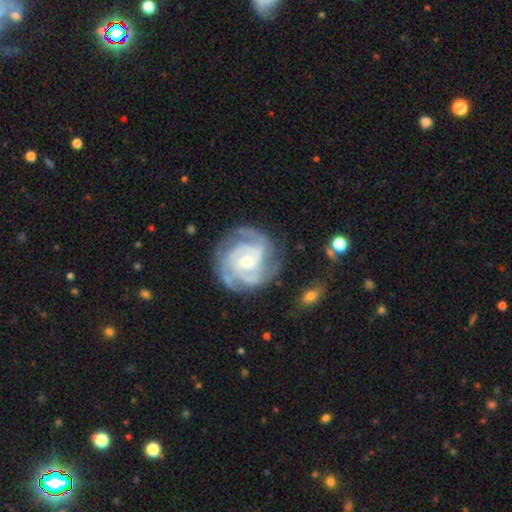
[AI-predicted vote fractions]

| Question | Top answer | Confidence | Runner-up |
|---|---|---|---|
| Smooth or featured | featured or disk | 88% | smooth (7%) |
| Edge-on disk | no | 98% | yes (2%) |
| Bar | no | 70% | weak (24%) |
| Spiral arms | yes | 96% | no (4%) |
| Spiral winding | tight | 65% | medium (30%) |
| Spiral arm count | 3 | 31% | tied: 2 (31%) |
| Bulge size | small | 48% | tied: moderate (48%) |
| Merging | none | 72% | minor disturbance (18%) |